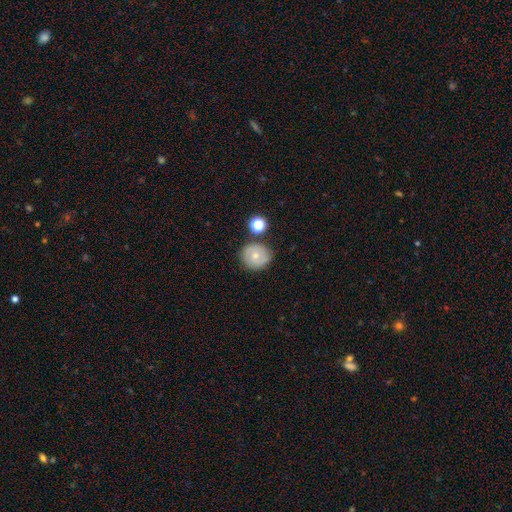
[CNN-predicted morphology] This is likely a smooth galaxy (61%). How rounded: clearly round (89%). Merging: likely none (76%).